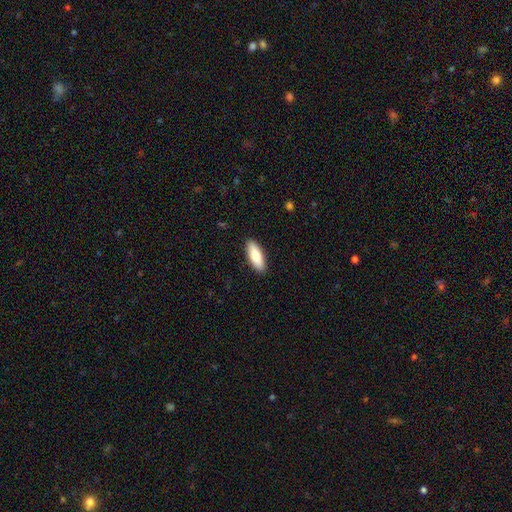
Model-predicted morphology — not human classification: The model was most divided on "how rounded": in between: 68%, cigar-shaped: 30%, round: 2%. More confident: merging — none (90%); smooth or featured — smooth (81%).